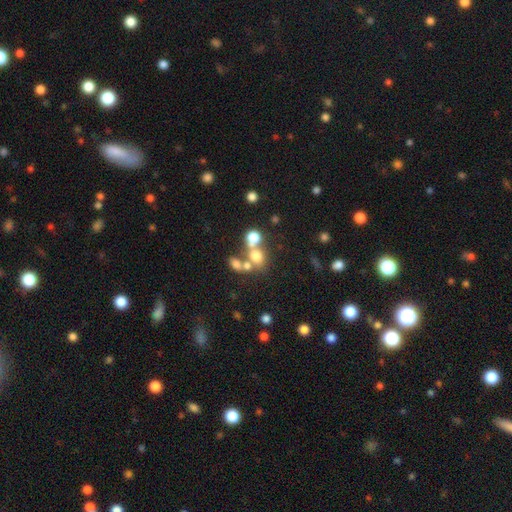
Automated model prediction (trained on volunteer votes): Smooth or featured? smooth (64%)
How rounded? round (66%)
Merging? merger (46%)